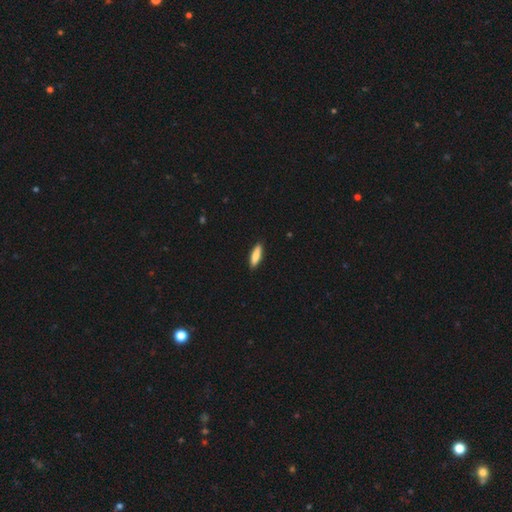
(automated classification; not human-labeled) smooth 84%, featured or disk 10%, star or artifact 6%. Down the decision tree: how rounded — cigar-shaped (63%); merging — none (89%).